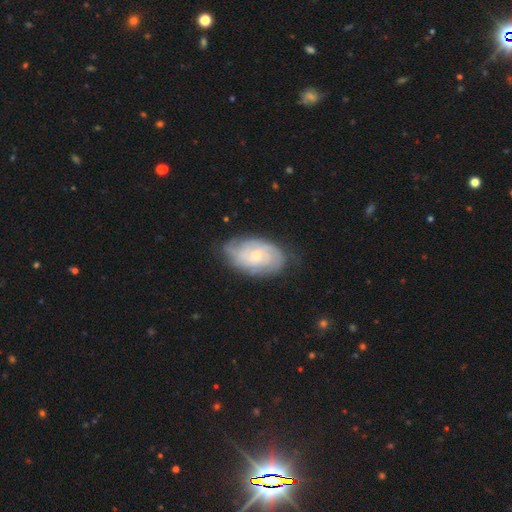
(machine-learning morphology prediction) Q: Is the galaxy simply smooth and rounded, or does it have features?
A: featured or disk — 67%.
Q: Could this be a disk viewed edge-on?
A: no — 96%.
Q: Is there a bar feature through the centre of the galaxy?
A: no — 75%.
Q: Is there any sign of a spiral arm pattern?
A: yes — 88%.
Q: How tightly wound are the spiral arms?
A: tight — 63%.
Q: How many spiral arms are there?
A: can't tell — 49%.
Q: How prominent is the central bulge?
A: small — 64%.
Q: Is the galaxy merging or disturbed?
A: none — 70%.